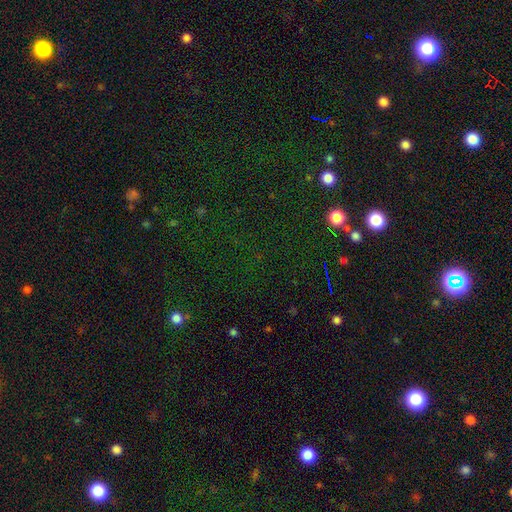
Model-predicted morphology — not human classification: Overall: star or artifact (70%).